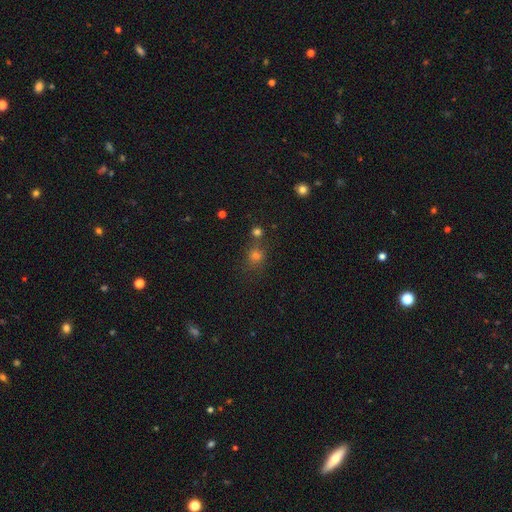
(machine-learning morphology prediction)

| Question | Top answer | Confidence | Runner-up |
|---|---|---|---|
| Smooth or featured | smooth | 63% | star or artifact (28%) |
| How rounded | round | 82% | in between (17%) |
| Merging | none | 66% | merger (19%) |